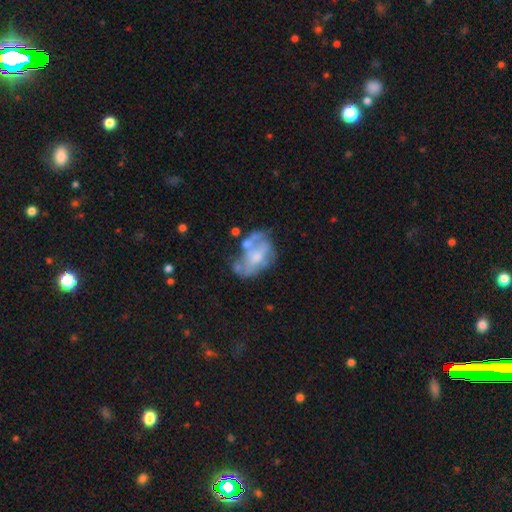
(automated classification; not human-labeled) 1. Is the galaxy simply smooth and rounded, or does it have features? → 61% featured or disk, 30% smooth, 9% star or artifact.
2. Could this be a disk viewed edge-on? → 97% no, 3% yes.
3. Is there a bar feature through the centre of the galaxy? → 76% no, 20% weak, 5% strong.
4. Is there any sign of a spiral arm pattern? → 71% no, 29% yes.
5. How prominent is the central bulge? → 43% moderate, 31% small, 18% none, 6% large, 1% dominant.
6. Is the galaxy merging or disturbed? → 35% none, 25% major disturbance, 23% minor disturbance, 17% merger.